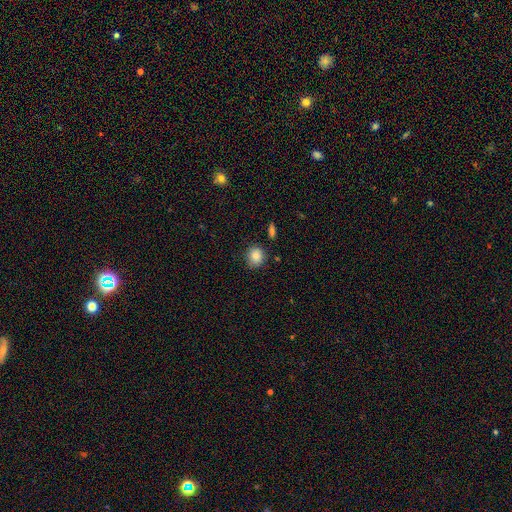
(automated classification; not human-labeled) This is clearly a smooth galaxy (82%). How rounded: likely round (78%). Merging: clearly none (83%).